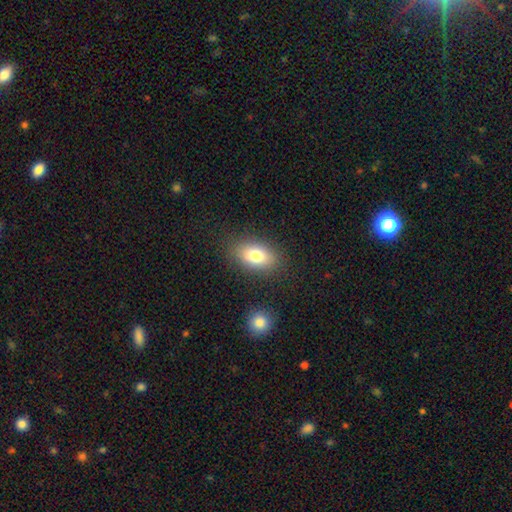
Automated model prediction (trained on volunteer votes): Overall: smooth (76%). How rounded: in between (84%). Merging: none (84%).